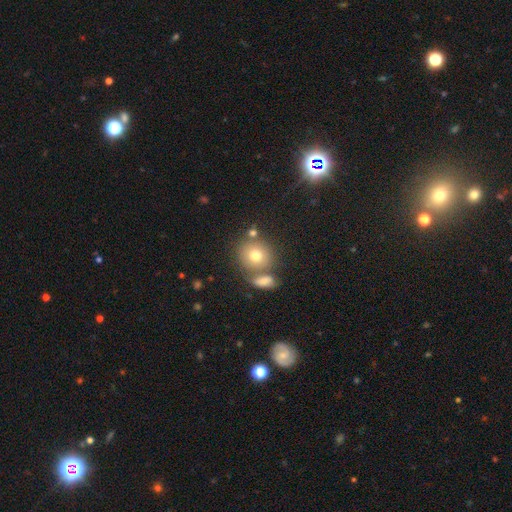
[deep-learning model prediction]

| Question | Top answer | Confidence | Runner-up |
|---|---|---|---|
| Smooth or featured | smooth | 74% | featured or disk (15%) |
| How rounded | round | 83% | in between (16%) |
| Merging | none | 60% | merger (25%) |